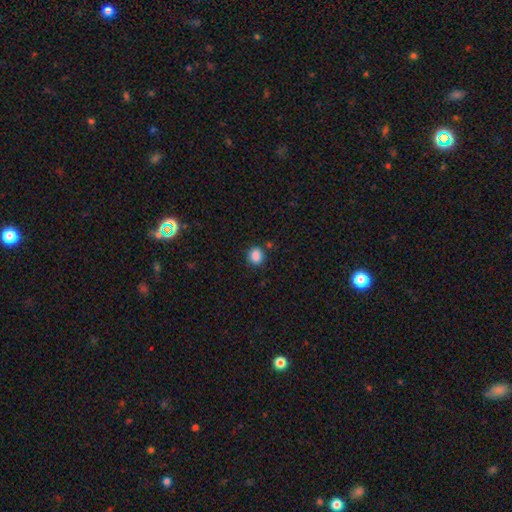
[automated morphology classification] smooth 87%, star or artifact 10%, featured or disk 3%. Down the decision tree: how rounded — round (73%); merging — none (83%).